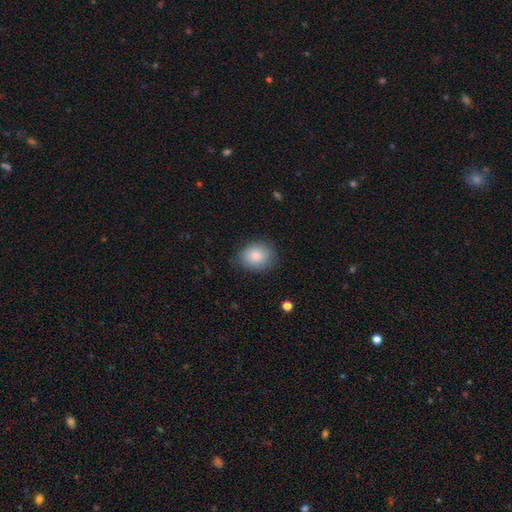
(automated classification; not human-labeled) Morphology: type=smooth (83%); roundness=round (54%); merging=none (82%).